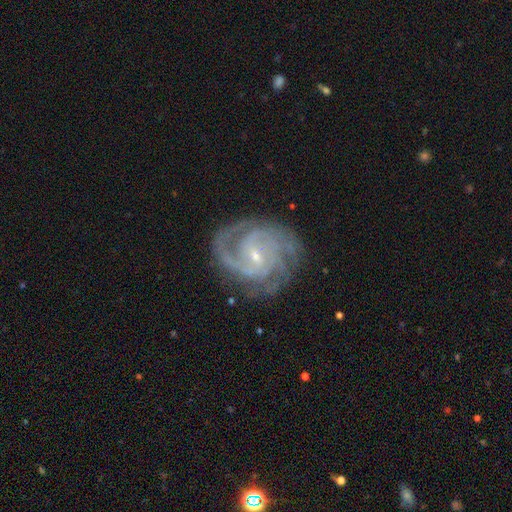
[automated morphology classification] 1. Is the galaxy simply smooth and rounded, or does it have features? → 91% featured or disk, 5% star or artifact, 4% smooth.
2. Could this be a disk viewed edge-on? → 98% no, 2% yes.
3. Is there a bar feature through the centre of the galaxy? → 52% weak, 32% no, 16% strong.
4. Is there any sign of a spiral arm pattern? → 98% yes, 2% no.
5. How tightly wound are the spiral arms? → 58% tight, 37% medium, 5% loose.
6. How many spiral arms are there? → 29% 3, 24% 2, 17% can't tell, 16% 4, 7% more than 4, 7% 1.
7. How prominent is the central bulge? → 75% small, 22% moderate, 2% none, 1% large, 1% dominant.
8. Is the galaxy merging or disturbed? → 75% none, 16% minor disturbance, 7% major disturbance, 1% merger.